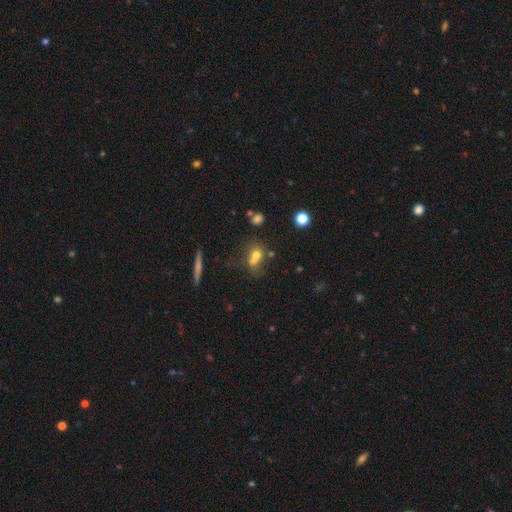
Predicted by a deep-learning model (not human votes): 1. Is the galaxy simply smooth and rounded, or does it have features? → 64% smooth, 19% featured or disk, 17% star or artifact.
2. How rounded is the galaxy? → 61% round, 36% in between, 3% cigar-shaped.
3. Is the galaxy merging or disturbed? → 55% merger, 30% none, 9% minor disturbance, 6% major disturbance.